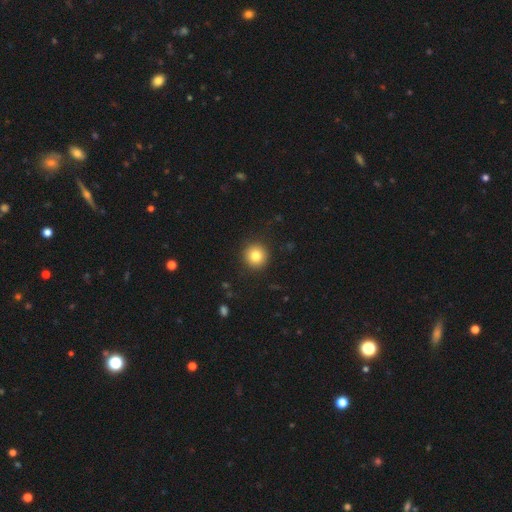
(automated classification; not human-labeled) smooth_or_featured: smooth (p=0.82) [alt: star or artifact p=0.10]
how_rounded: round (p=0.94) [alt: in between p=0.05]
merging: none (p=0.91) [alt: minor disturbance p=0.06]